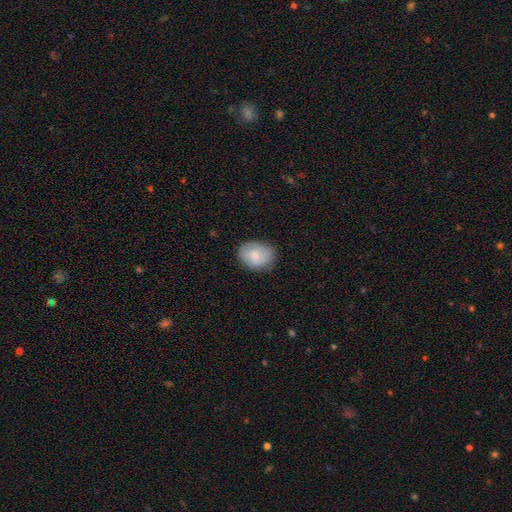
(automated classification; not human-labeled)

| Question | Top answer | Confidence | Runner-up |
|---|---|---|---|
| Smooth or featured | smooth | 75% | featured or disk (19%) |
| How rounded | in between | 57% | round (42%) |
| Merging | none | 79% | minor disturbance (16%) |